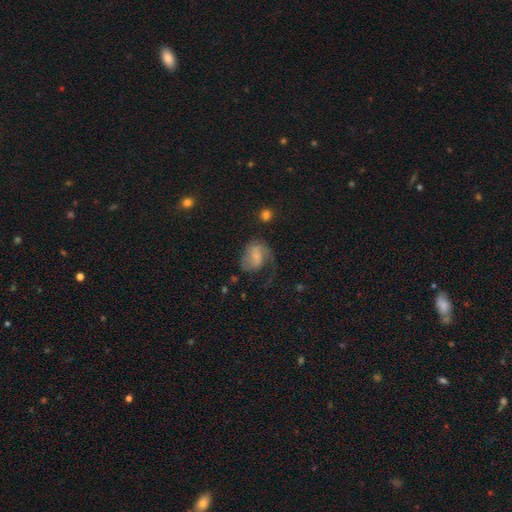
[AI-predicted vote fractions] A featured or disk galaxy (53%) with no bar (53%), spiral arms (84%) and a small central bulge (40%). Merging: major disturbance (39%).